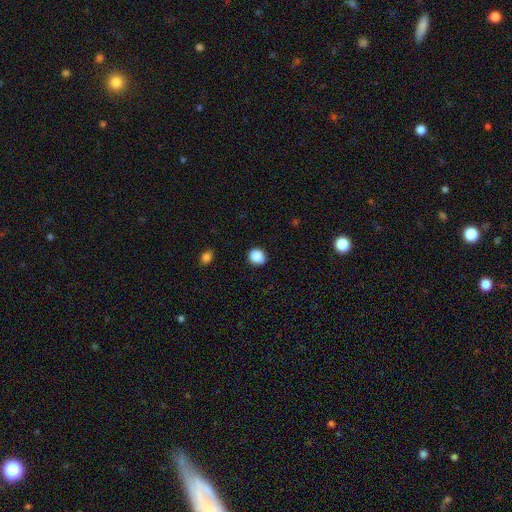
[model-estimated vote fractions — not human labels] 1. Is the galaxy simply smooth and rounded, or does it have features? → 87% smooth, 9% star or artifact, 4% featured or disk.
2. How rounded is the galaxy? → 73% round, 26% in between, 1% cigar-shaped.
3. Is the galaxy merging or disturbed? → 86% none, 10% minor disturbance, 2% major disturbance, 1% merger.